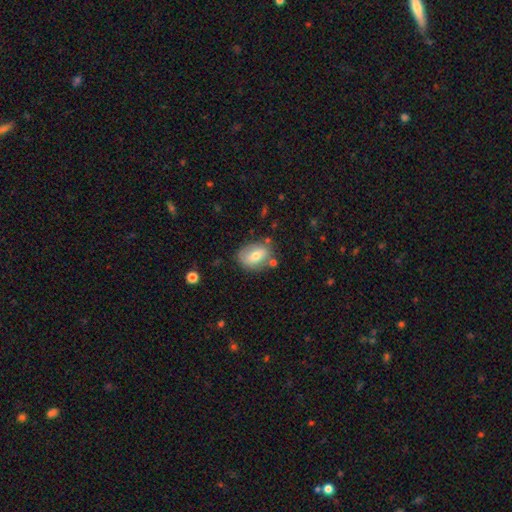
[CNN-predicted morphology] Smooth or featured: smooth — 64% (featured or disk — 28%)
How rounded: in between — 73% (round — 26%)
Merging: none — 71% (minor disturbance — 18%)